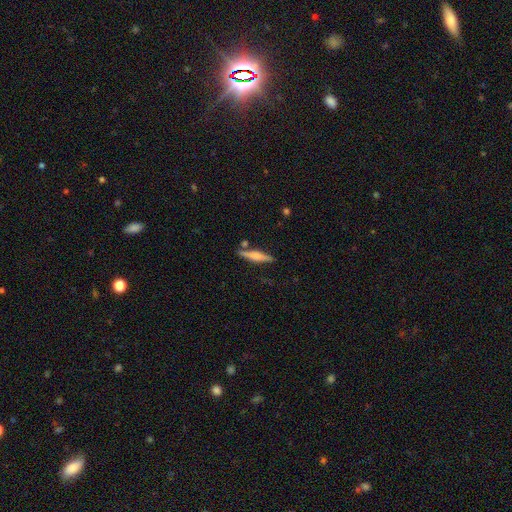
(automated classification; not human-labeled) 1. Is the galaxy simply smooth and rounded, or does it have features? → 53% featured or disk, 41% smooth, 6% star or artifact.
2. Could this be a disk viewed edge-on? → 97% yes, 3% no.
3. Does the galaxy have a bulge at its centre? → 65% rounded, 25% boxy, 11% none.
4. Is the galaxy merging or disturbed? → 80% none, 11% minor disturbance, 7% merger, 3% major disturbance.